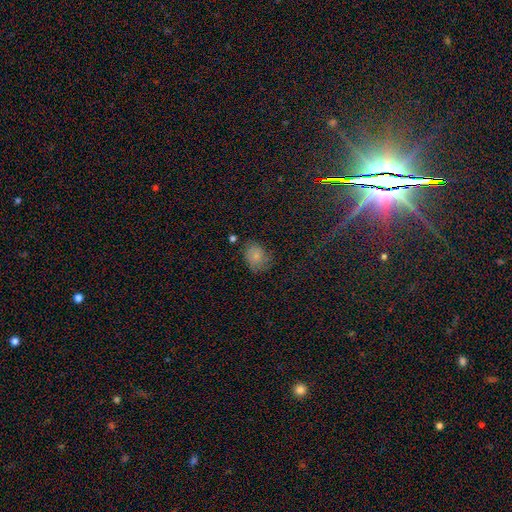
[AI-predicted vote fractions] Overall: smooth (71%). How rounded: round (53%; in between 46%). Merging: none (62%; minor disturbance 26%).